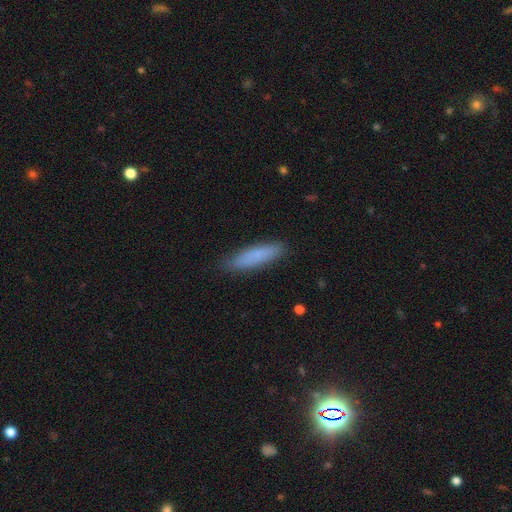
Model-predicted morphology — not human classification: This appears to be a smooth galaxy with no disk features (81%) that is cigar-shaped (76%). Merging: none (86%).